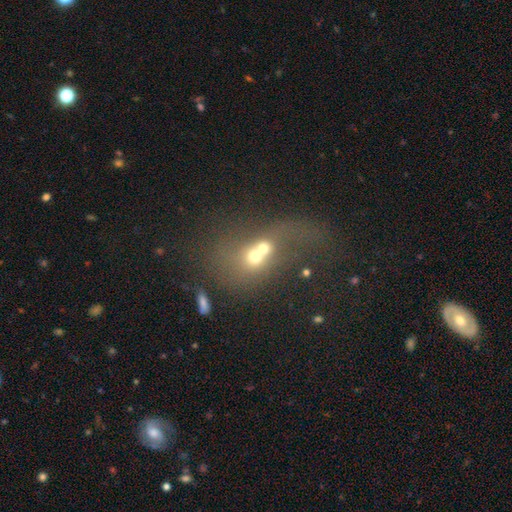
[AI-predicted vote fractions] Smooth or featured? Predicted: smooth (p=0.49). Merging? Predicted: merger (p=0.74).